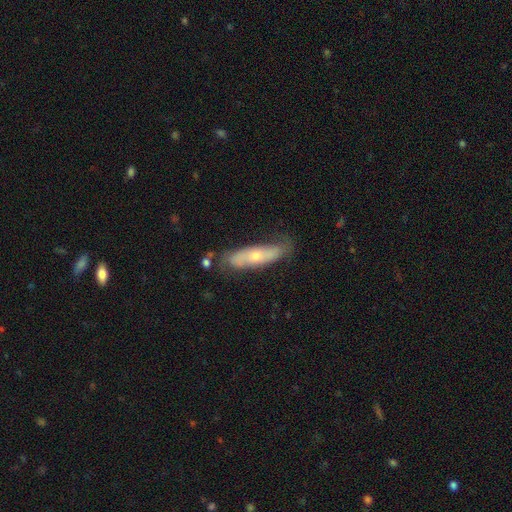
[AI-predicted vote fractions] smooth_or_featured: featured or disk (p=0.51) [alt: smooth p=0.42]
disk_edge_on: no (p=0.61) [alt: yes p=0.39]
merging: none (p=0.68) [alt: minor disturbance p=0.23]